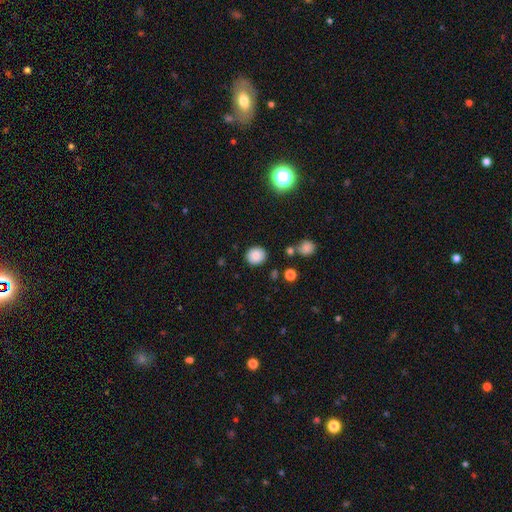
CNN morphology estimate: Smooth or featured?
  - smooth: 81% *
  - star or artifact: 10%
  - featured or disk: 8%
How rounded?
  - round: 80% *
  - in between: 19%
  - cigar-shaped: 1%
Merging?
  - none: 87% *
  - minor disturbance: 8%
  - merger: 3%
  - major disturbance: 2%